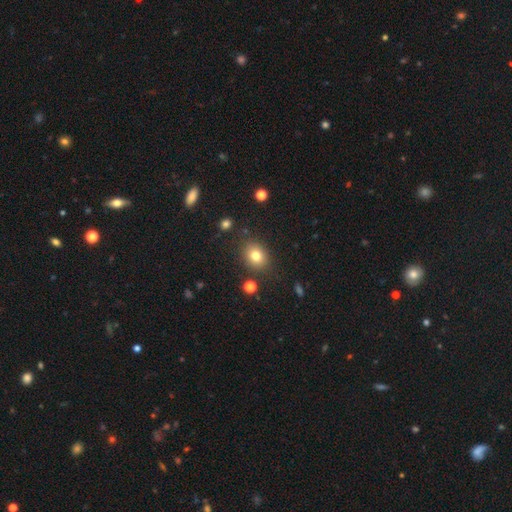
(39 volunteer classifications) Morphology: type=smooth (82%); roundness=in between (62%); merging=none (86%).